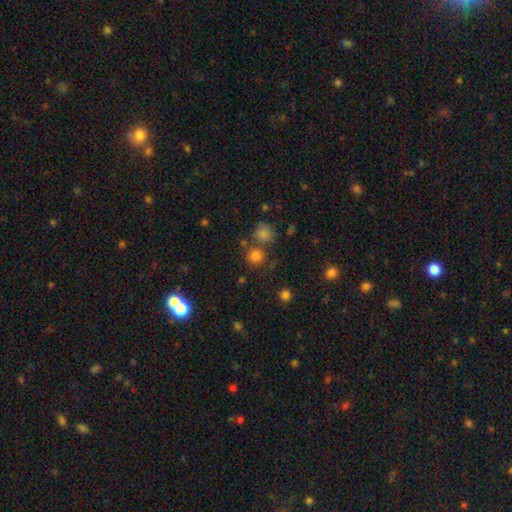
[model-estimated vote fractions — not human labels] The model was most divided on "merging": none: 67%, merger: 20%, minor disturbance: 9%, major disturbance: 4%. More confident: how rounded — round (89%); smooth or featured — smooth (78%).